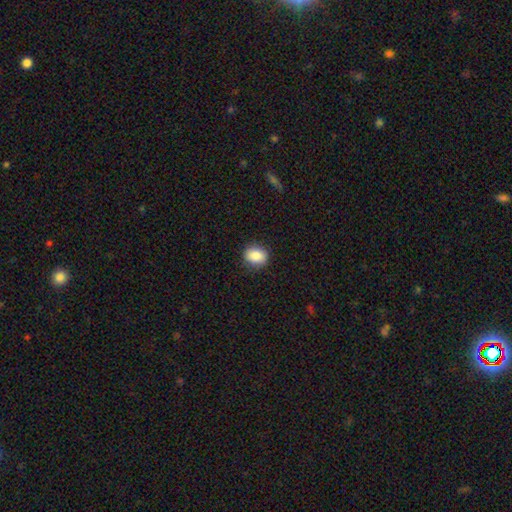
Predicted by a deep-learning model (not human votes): Smooth or featured?
  - smooth: 85% *
  - star or artifact: 8%
  - featured or disk: 6%
How rounded?
  - round: 53% *
  - in between: 45%
  - cigar-shaped: 1%
Merging?
  - none: 87% *
  - minor disturbance: 9%
  - major disturbance: 2%
  - merger: 1%